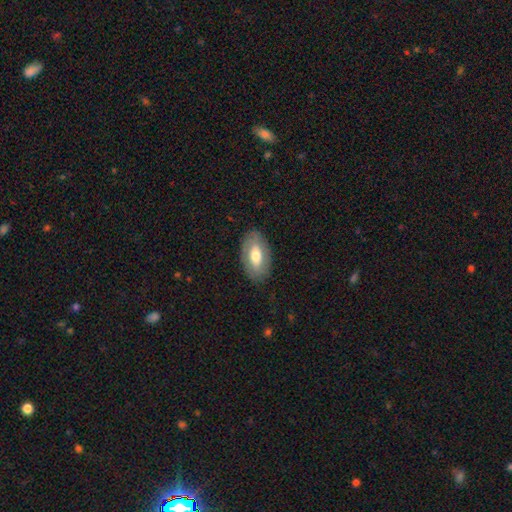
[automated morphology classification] Q: Smooth or featured?
A: smooth (60%); runner-up: featured or disk (34%)
Q: How rounded?
A: in between (93%); runner-up: round (4%)
Q: Merging?
A: none (84%); runner-up: minor disturbance (11%)